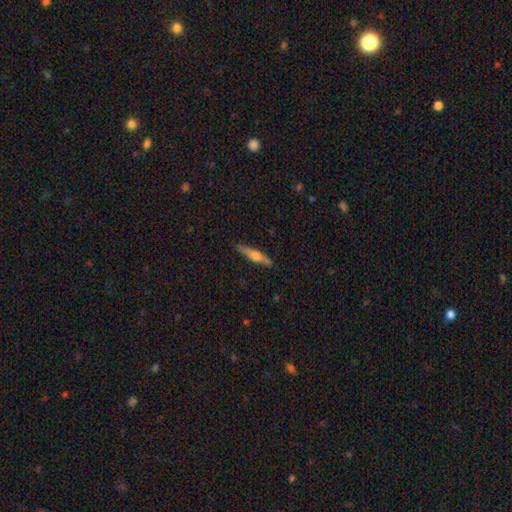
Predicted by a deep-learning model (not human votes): This is possibly a smooth galaxy (48%). Merging: clearly none (88%).